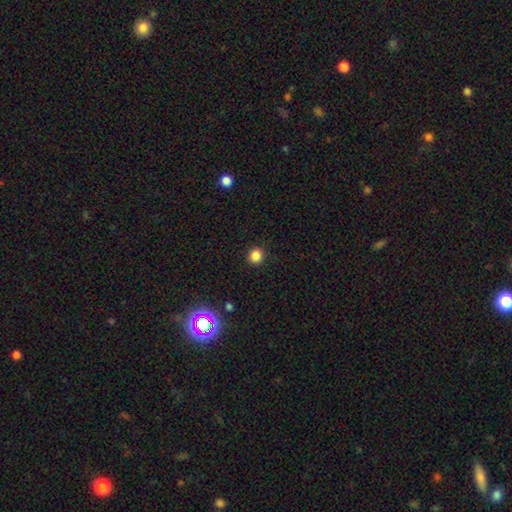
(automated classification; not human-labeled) This appears to be a smooth galaxy with no disk features (84%) that is round (89%). Merging: none (91%).